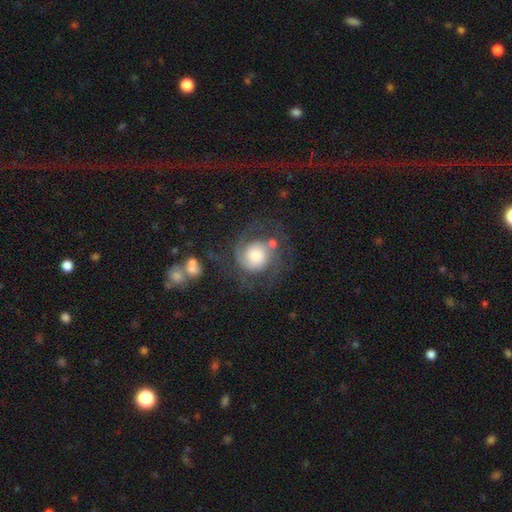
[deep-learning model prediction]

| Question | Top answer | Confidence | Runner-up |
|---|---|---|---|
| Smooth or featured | featured or disk | 74% | smooth (19%) |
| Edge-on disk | no | 98% | yes (2%) |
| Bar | no | 77% | weak (19%) |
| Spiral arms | yes | 93% | no (7%) |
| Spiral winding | tight | 45% | medium (39%) |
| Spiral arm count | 2 | 60% | can't tell (13%) |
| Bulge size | large | 39% | moderate (32%) |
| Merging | none | 58% | major disturbance (19%) |